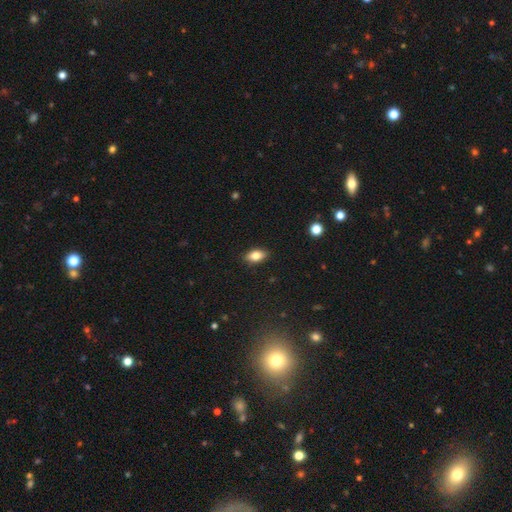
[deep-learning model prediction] Morphology: type=smooth (80%); roundness=in between (88%); merging=none (88%).